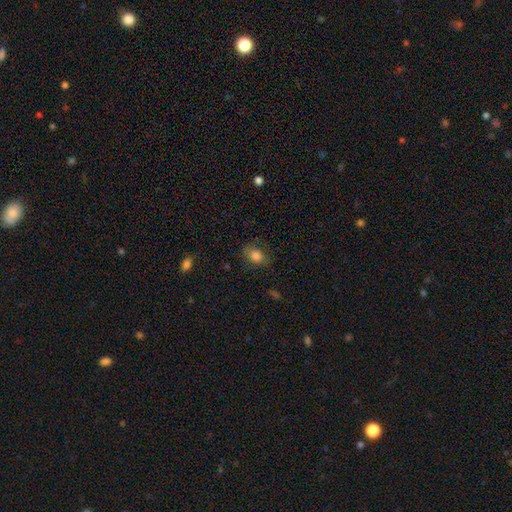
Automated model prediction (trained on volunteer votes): A smooth galaxy with no disk features (82%) that is in between round and cigar-shaped (72%). Merging: none (78%).